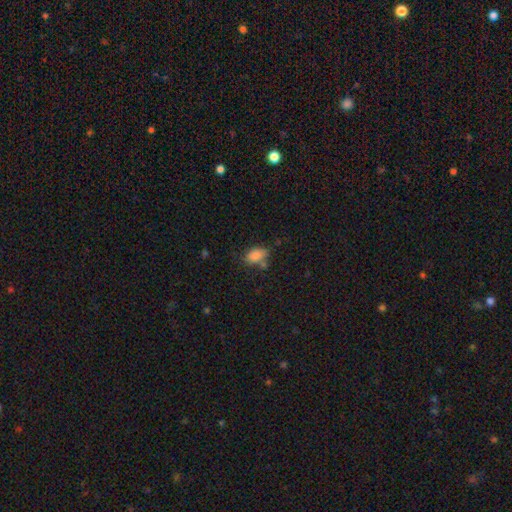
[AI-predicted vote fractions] This is clearly a smooth galaxy (84%). How rounded: clearly in between (87%). Merging: possibly none (59%).